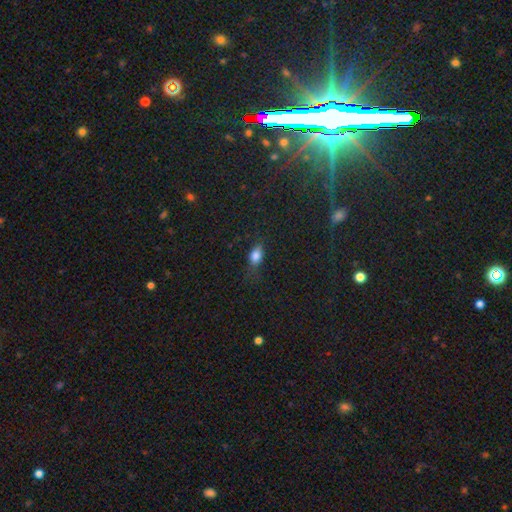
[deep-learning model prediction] Smooth or featured: smooth — 78% (star or artifact — 13%)
How rounded: in between — 78% (round — 15%)
Merging: none — 68% (minor disturbance — 23%)